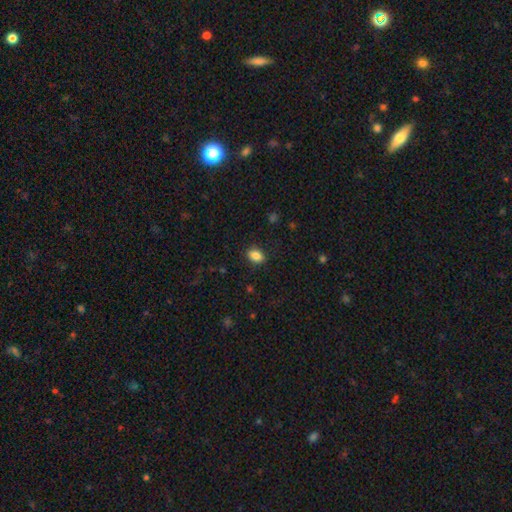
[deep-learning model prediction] This appears to be a smooth galaxy with no disk features (85%) that is in between round and cigar-shaped (75%). Merging: none (86%).